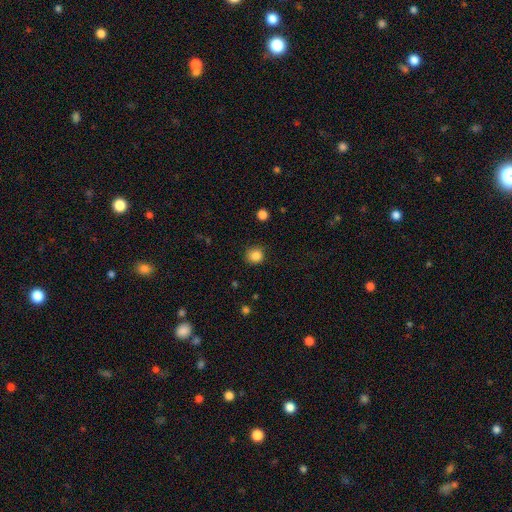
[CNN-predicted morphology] Smooth or featured: smooth — 85% (star or artifact — 11%)
How rounded: round — 90% (in between — 9%)
Merging: none — 86% (minor disturbance — 10%)